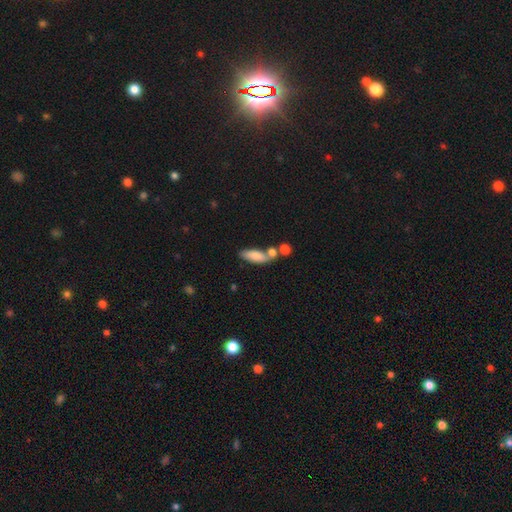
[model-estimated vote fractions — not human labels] Smooth or featured: smooth — 79% (featured or disk — 14%)
How rounded: in between — 68% (cigar-shaped — 29%)
Merging: none — 52% (merger — 26%)